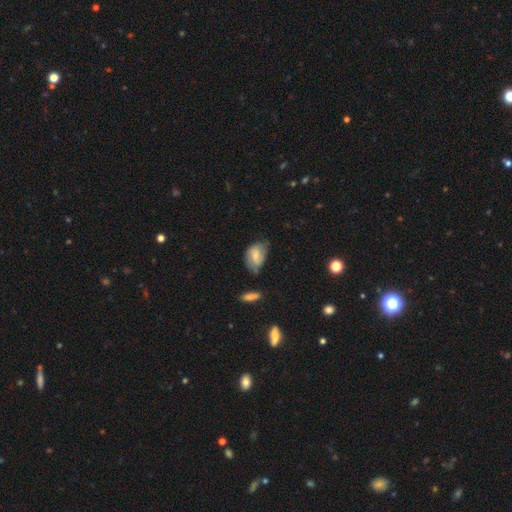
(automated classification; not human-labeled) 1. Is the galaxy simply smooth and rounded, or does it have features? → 61% smooth, 32% featured or disk, 8% star or artifact.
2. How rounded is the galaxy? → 86% in between, 11% round, 2% cigar-shaped.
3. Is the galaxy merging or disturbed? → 47% none, 37% minor disturbance, 12% major disturbance, 5% merger.